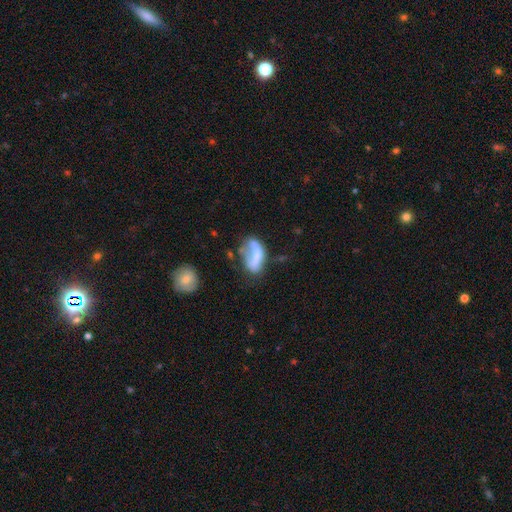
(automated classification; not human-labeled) smooth 51%, featured or disk 40%, star or artifact 9%. Down the decision tree: how rounded — in between (87%); merging — major disturbance (33%).